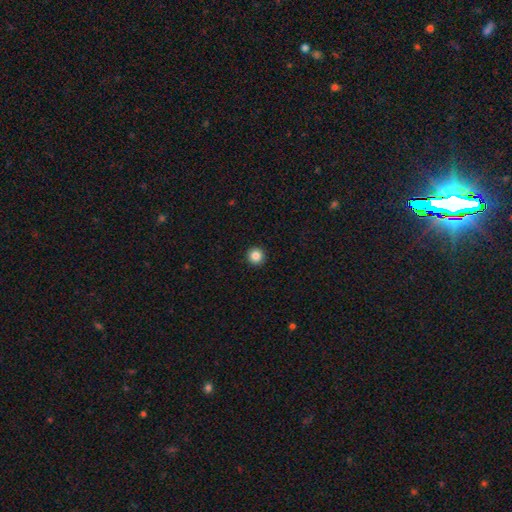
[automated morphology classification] A smooth galaxy with no disk features (86%) that is round (96%).

Vote fractions:
- Smooth or featured? smooth: 86% / star or artifact: 10% / featured or disk: 4%
- How rounded? round: 96% / in between: 3% / cigar-shaped: 1%
- Merging? none: 94% / minor disturbance: 4% / major disturbance: 1% / merger: 1%